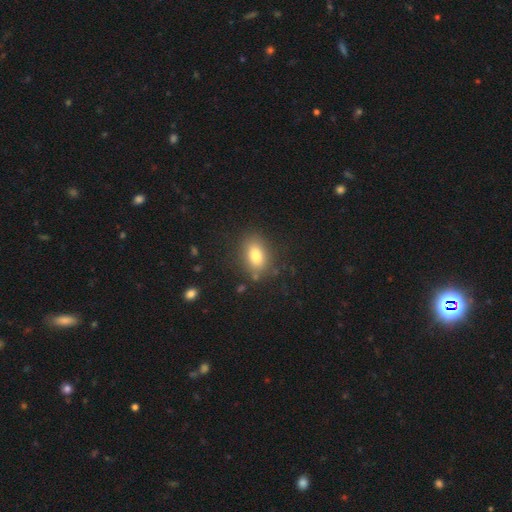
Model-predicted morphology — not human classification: type=smooth (80%); roundness=in between (80%); merging=none (81%).